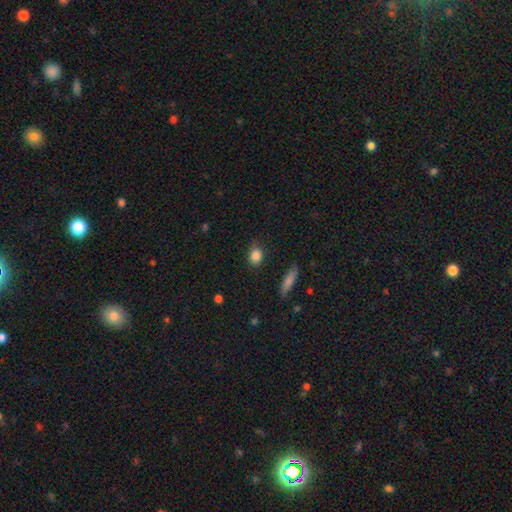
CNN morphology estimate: type=smooth (86%); roundness=round (49%); merging=none (80%).